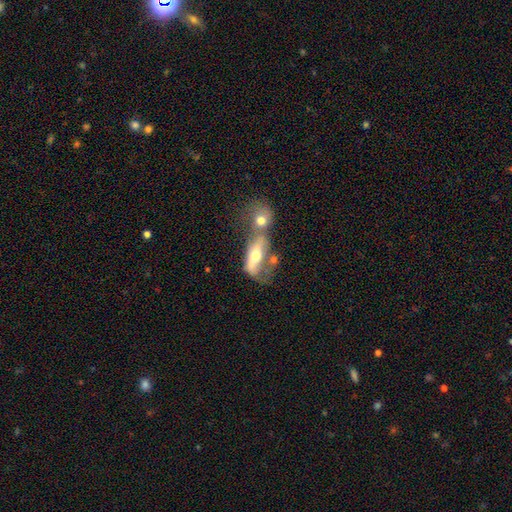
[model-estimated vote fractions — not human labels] smooth-or-featured: featured or disk: 48% | smooth: 45% | star or artifact: 8%
  merging: merger: 59% | none: 18% | major disturbance: 13% | minor disturbance: 10%